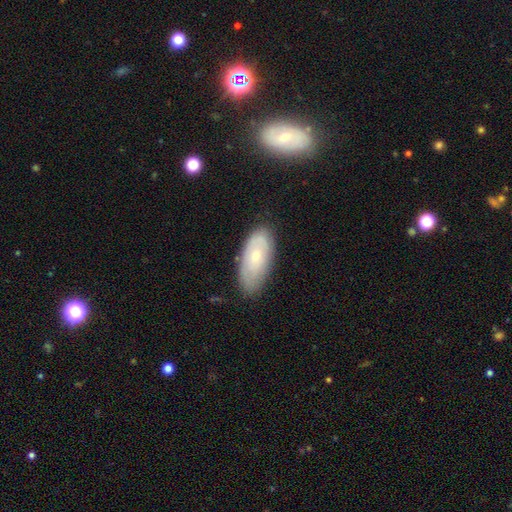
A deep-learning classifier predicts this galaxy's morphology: Q: Smooth or featured?
A: smooth (55%); runner-up: featured or disk (38%)
Q: How rounded?
A: in between (88%); runner-up: cigar-shaped (9%)
Q: Merging?
A: none (75%); runner-up: minor disturbance (20%)